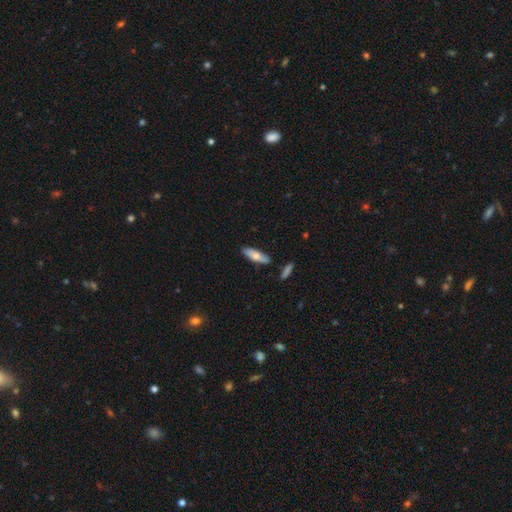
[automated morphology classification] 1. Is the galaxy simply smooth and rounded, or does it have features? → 68% smooth, 26% featured or disk, 6% star or artifact.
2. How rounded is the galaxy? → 51% cigar-shaped, 47% in between, 2% round.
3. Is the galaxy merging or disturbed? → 83% none, 11% minor disturbance, 4% merger, 2% major disturbance.